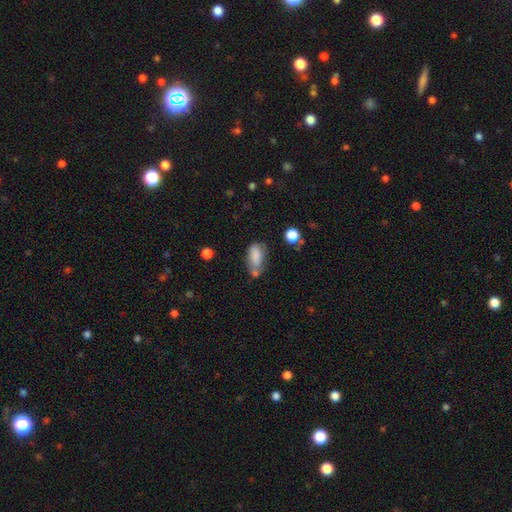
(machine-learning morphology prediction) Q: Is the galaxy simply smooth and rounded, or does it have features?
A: smooth — 80%.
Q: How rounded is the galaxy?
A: in between — 88%.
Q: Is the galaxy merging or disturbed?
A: none — 41%.